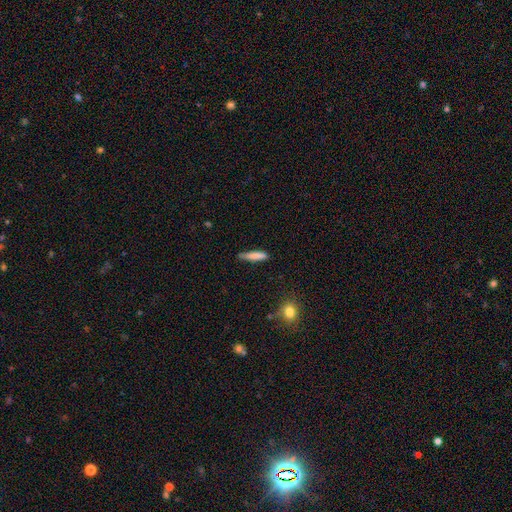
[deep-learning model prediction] Smooth or featured? smooth (80%)
How rounded? cigar-shaped (88%)
Merging? none (78%)